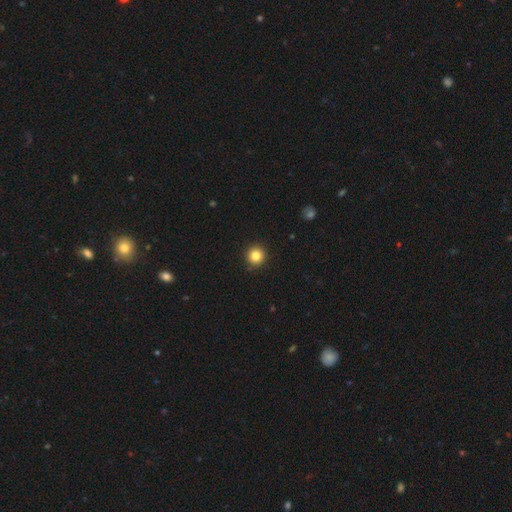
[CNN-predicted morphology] Smooth or featured?
  - smooth: 84% *
  - star or artifact: 11%
  - featured or disk: 5%
How rounded?
  - round: 95% *
  - in between: 4%
  - cigar-shaped: 1%
Merging?
  - none: 92% *
  - minor disturbance: 5%
  - major disturbance: 2%
  - merger: 1%